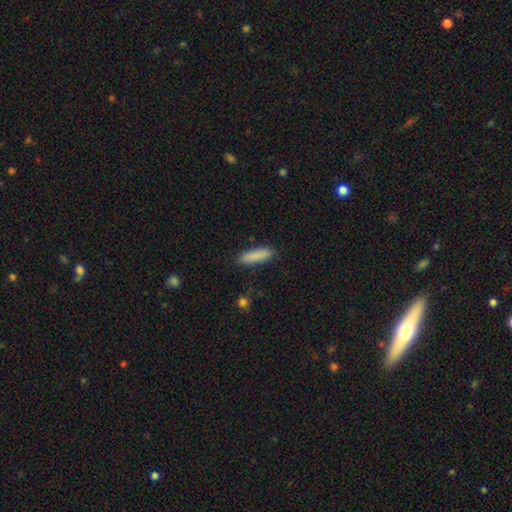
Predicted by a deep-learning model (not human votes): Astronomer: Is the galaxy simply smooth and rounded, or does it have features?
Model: smooth — 87%.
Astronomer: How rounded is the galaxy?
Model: cigar-shaped — 65%.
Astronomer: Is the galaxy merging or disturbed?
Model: none — 86%.